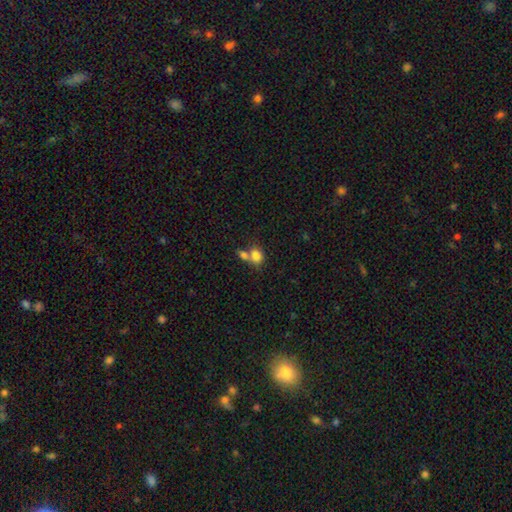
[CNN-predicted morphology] Q: Smooth or featured?
A: smooth (81%); runner-up: featured or disk (10%)
Q: How rounded?
A: round (52%); runner-up: in between (47%)
Q: Merging?
A: merger (52%); runner-up: none (34%)